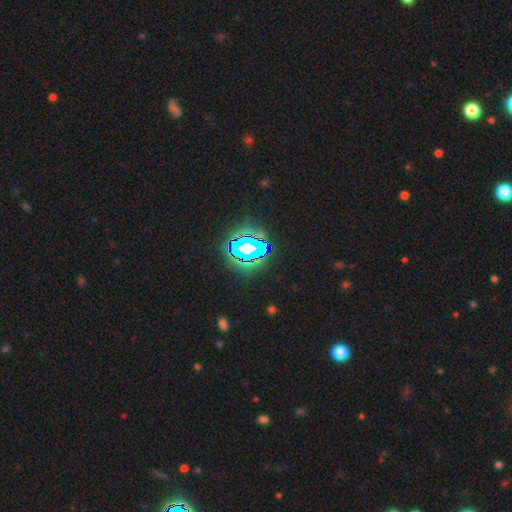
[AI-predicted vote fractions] Morphology: type=star or artifact (70%).